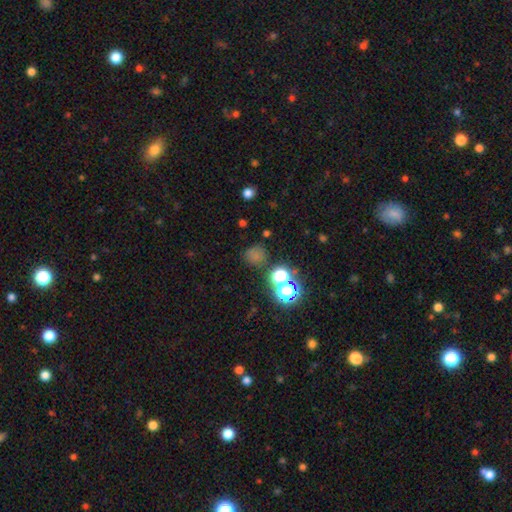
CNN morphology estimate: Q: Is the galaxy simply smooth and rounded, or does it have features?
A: smooth — 61%.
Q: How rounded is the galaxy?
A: round — 82%.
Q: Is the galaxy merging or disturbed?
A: none — 68%.